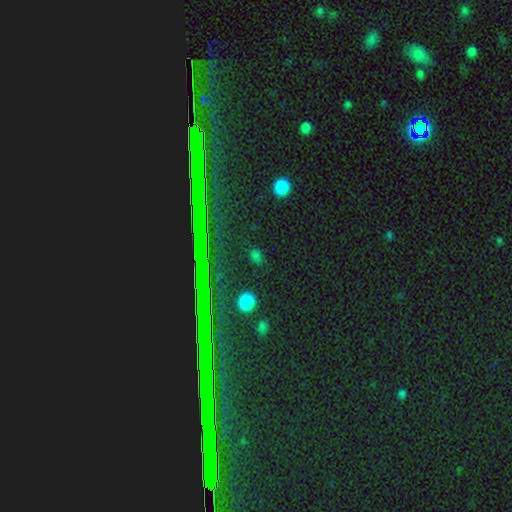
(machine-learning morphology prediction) Smooth or featured?
  - star or artifact: 48% *
  - smooth: 44%
  - featured or disk: 7%